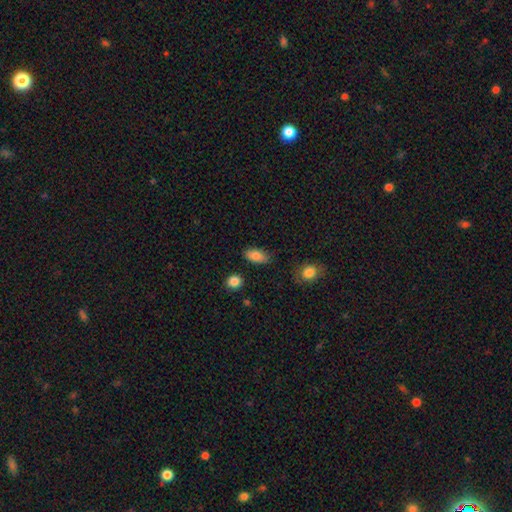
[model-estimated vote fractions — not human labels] Q: Smooth or featured?
A: smooth (85%); runner-up: star or artifact (8%)
Q: How rounded?
A: in between (90%); runner-up: cigar-shaped (6%)
Q: Merging?
A: none (81%); runner-up: minor disturbance (14%)